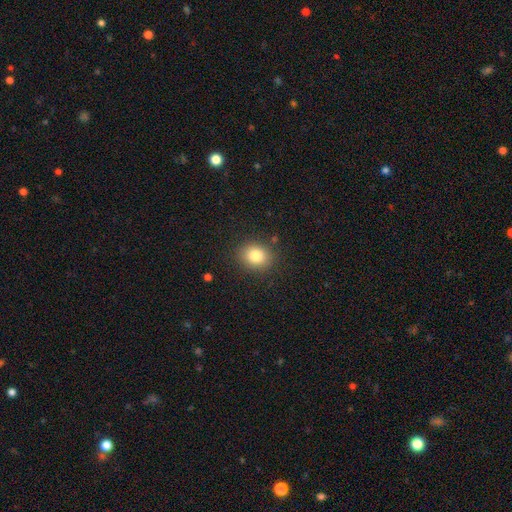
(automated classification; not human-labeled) Overall: smooth (81%). How rounded: round (64%; in between 35%). Merging: none (87%).